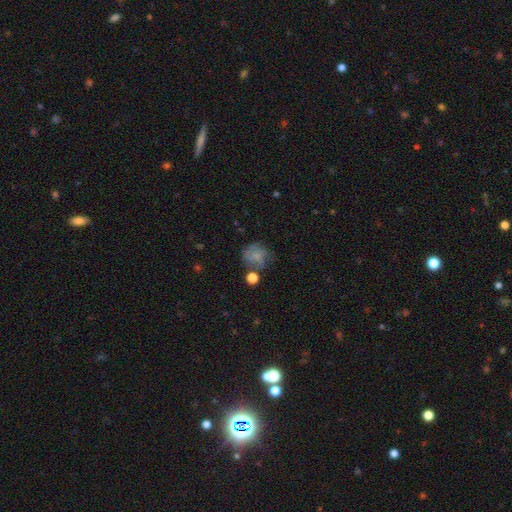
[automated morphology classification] smooth-or-featured: smooth: 56% | featured or disk: 33% | star or artifact: 12%
  how-rounded: round: 76% | in between: 23% | cigar-shaped: 1%
  merging: none: 52% | minor disturbance: 23% | major disturbance: 16% | merger: 9%